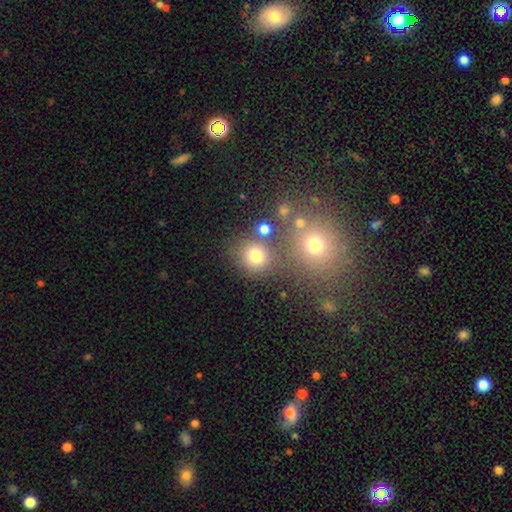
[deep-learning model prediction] Smooth or featured? smooth (75%)
How rounded? round (84%)
Merging? none (68%)